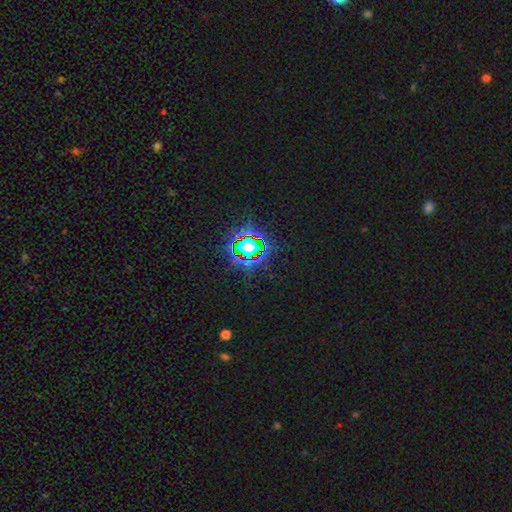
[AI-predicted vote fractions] smooth-or-featured: star or artifact: 81% | smooth: 12% | featured or disk: 7%